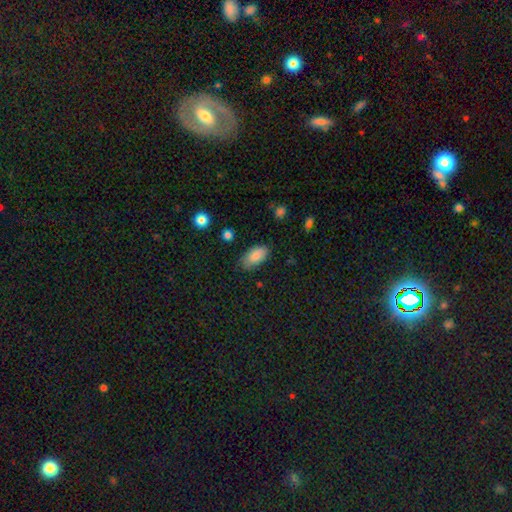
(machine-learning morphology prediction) Overall: smooth (86%). How rounded: in between (94%). Merging: none (75%).